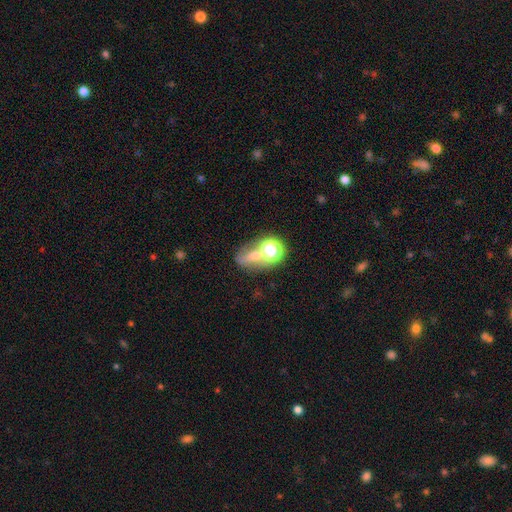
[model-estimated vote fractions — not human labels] The model was most divided on "merging" (2-way tie): none: 38%, merger: 38%, major disturbance: 12%, minor disturbance: 12%. Remaining: smooth or featured — smooth (45%).